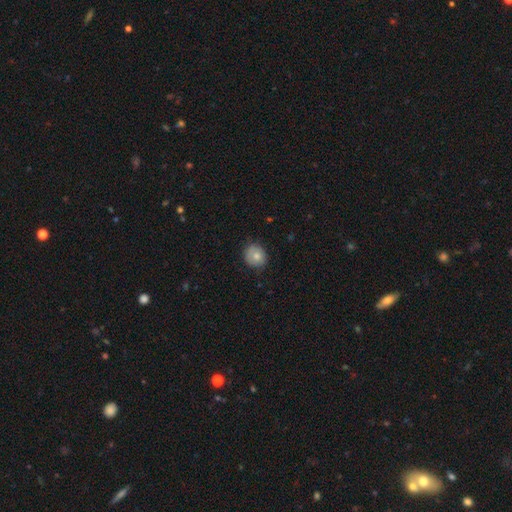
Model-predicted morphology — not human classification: The model was most divided on "merging": none: 76%, minor disturbance: 20%, major disturbance: 3%, merger: 1%. More confident: how rounded — round (78%); smooth or featured — smooth (78%).